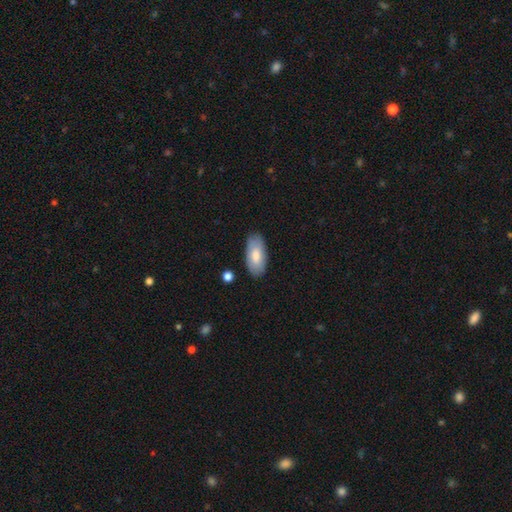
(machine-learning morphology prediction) Overall: smooth (76%). How rounded: in between (93%). Merging: none (83%).